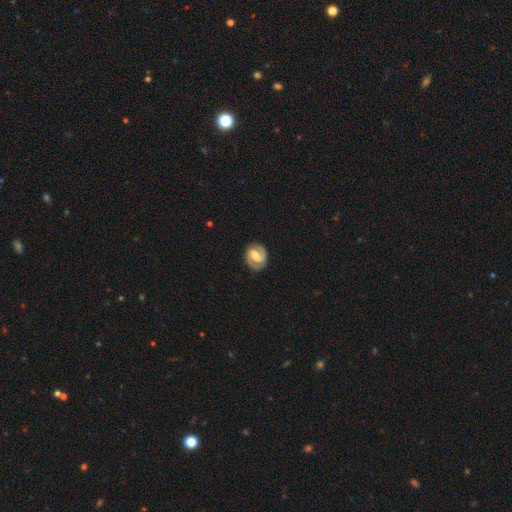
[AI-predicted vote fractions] This appears to be a featured or disk galaxy (84%) with a weak bar (47%), 2 (91%) medium (45%) spiral arms (94%) and a moderate central bulge (61%). Merging: none (86%).